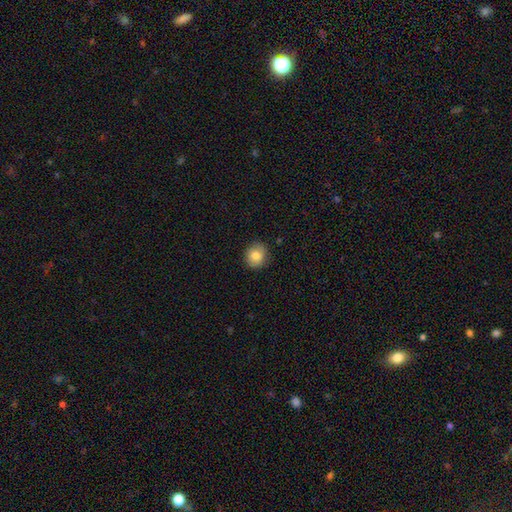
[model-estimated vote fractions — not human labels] Smooth or featured? Predicted: smooth (p=0.82). How rounded? Predicted: round (p=0.79). Merging? Predicted: none (p=0.86).